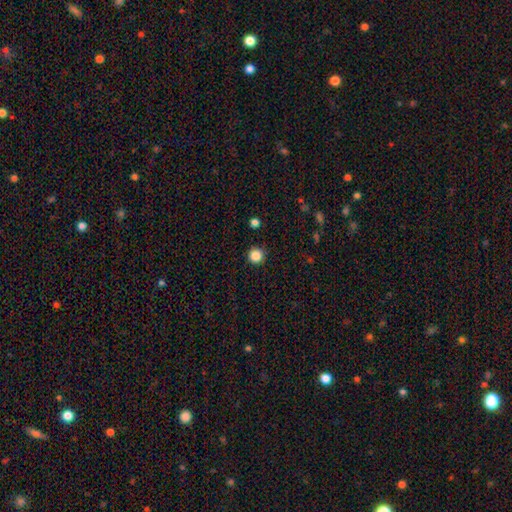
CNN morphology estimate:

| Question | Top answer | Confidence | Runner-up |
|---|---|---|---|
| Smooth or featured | smooth | 86% | star or artifact (11%) |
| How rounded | round | 96% | in between (3%) |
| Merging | none | 92% | minor disturbance (5%) |